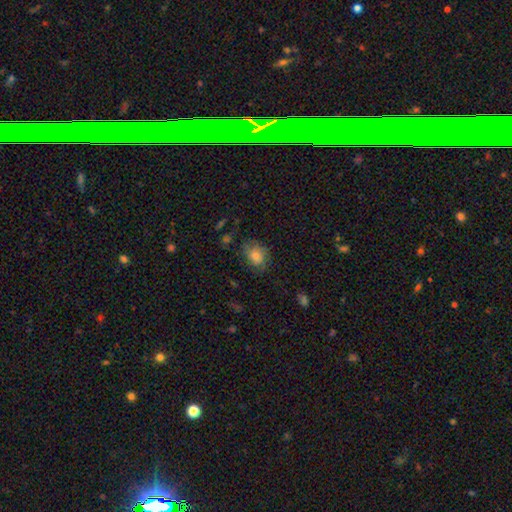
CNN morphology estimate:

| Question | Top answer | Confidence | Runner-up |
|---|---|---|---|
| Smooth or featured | smooth | 69% | featured or disk (20%) |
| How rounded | in between | 61% | round (38%) |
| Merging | none | 64% | minor disturbance (24%) |